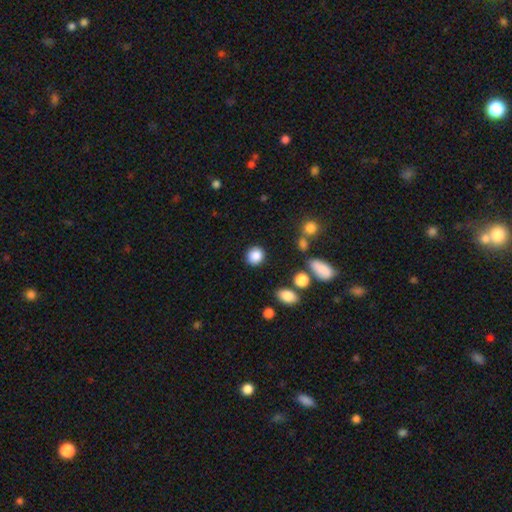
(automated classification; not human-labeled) smooth_or_featured: smooth (p=0.86) [alt: star or artifact p=0.09]
how_rounded: round (p=0.83) [alt: in between p=0.15]
merging: none (p=0.86) [alt: minor disturbance p=0.08]